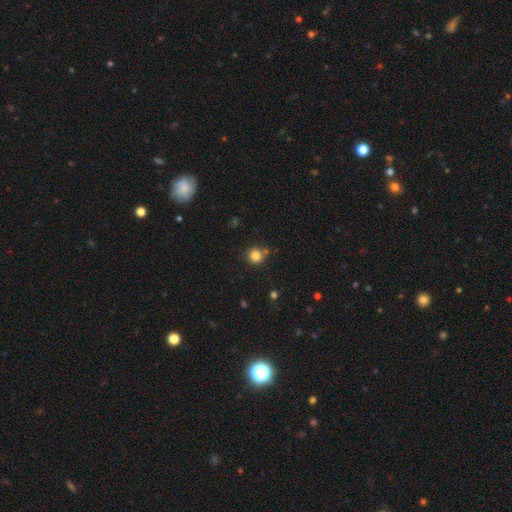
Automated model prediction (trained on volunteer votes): smooth_or_featured: smooth (p=0.83) [alt: star or artifact p=0.12]
how_rounded: round (p=0.94) [alt: in between p=0.05]
merging: none (p=0.79) [alt: minor disturbance p=0.10]